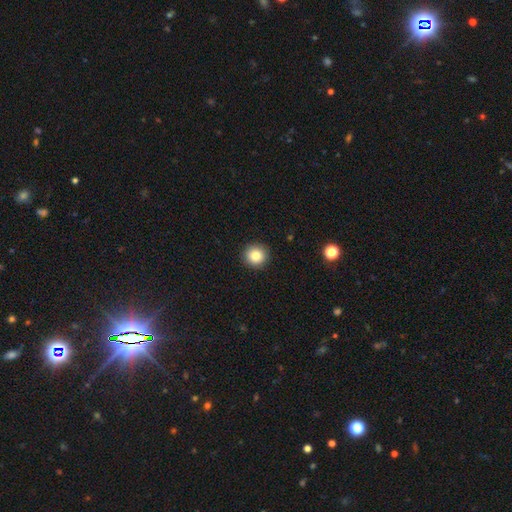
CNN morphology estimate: smooth 84%, star or artifact 10%, featured or disk 7%. Down the decision tree: how rounded — round (94%); merging — none (92%).